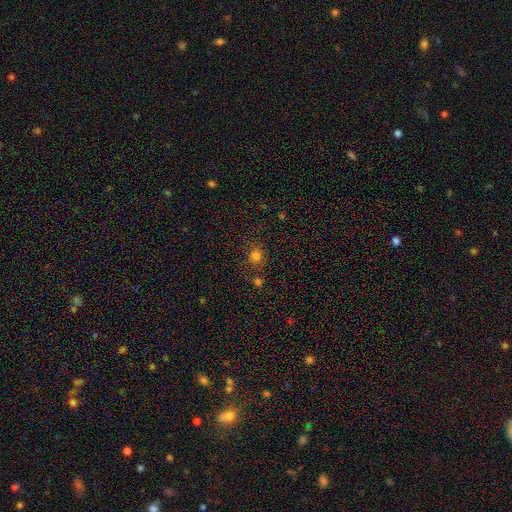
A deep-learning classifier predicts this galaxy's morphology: A smooth galaxy with no disk features (78%) that is round (85%).

Vote fractions:
- Smooth or featured? smooth: 78% / star or artifact: 16% / featured or disk: 6%
- How rounded? round: 85% / in between: 14% / cigar-shaped: 1%
- Merging? none: 78% / minor disturbance: 10% / merger: 8% / major disturbance: 4%